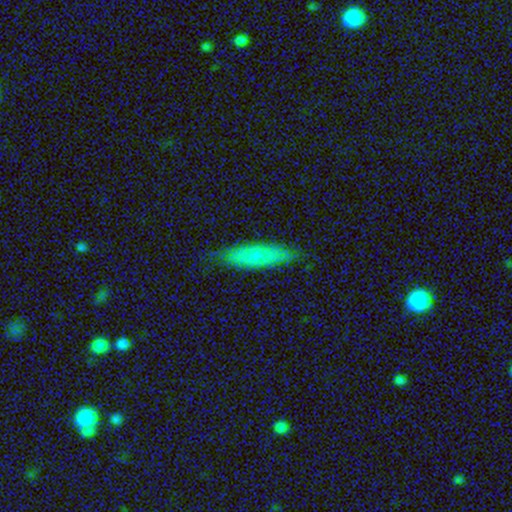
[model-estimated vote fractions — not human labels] The model was most divided on "how rounded": cigar-shaped: 66%, in between: 33%, round: 2%. More confident: merging — none (83%); smooth or featured — smooth (74%).